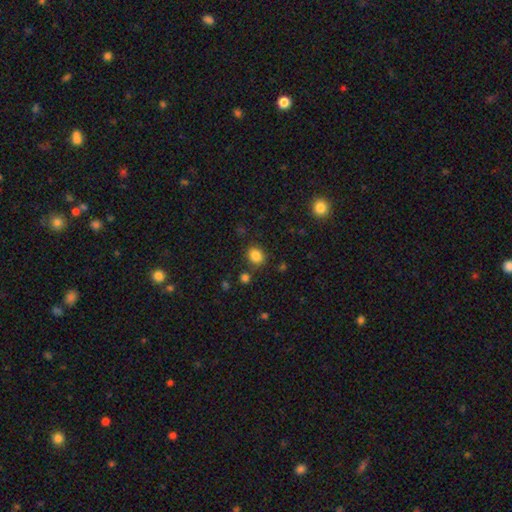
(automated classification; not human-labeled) Q: Smooth or featured?
A: smooth (85%); runner-up: star or artifact (11%)
Q: How rounded?
A: round (63%); runner-up: in between (37%)
Q: Merging?
A: none (80%); runner-up: minor disturbance (11%)